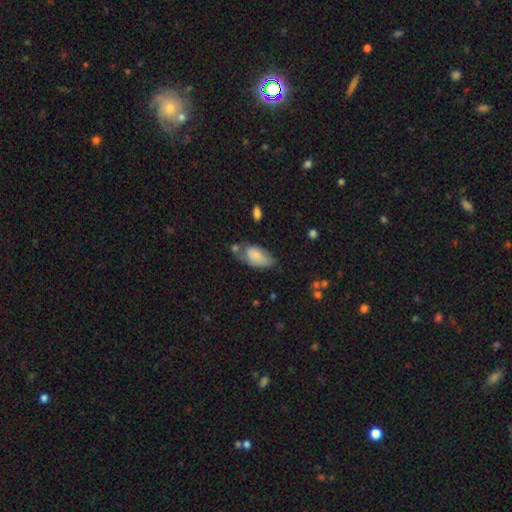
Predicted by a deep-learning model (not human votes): Smooth or featured?
  - smooth: 76% *
  - featured or disk: 18%
  - star or artifact: 7%
How rounded?
  - in between: 93% *
  - cigar-shaped: 4%
  - round: 3%
Merging?
  - none: 39% *
  - minor disturbance: 36%
  - major disturbance: 14%
  - merger: 11%